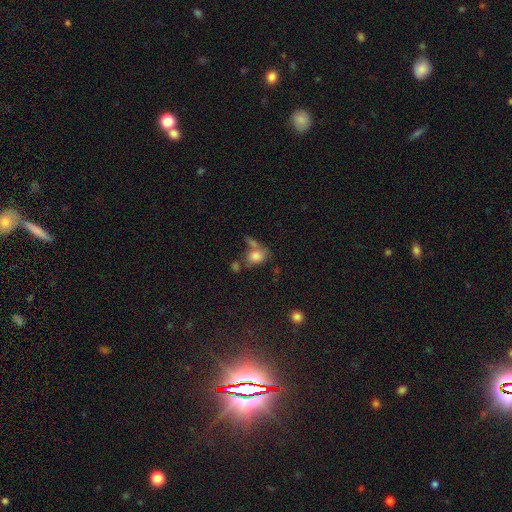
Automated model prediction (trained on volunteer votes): Smooth or featured?
  - smooth: 78% *
  - star or artifact: 11%
  - featured or disk: 11%
How rounded?
  - in between: 72% *
  - round: 26%
  - cigar-shaped: 2%
Merging?
  - none: 40% *
  - merger: 32%
  - minor disturbance: 17%
  - major disturbance: 11%